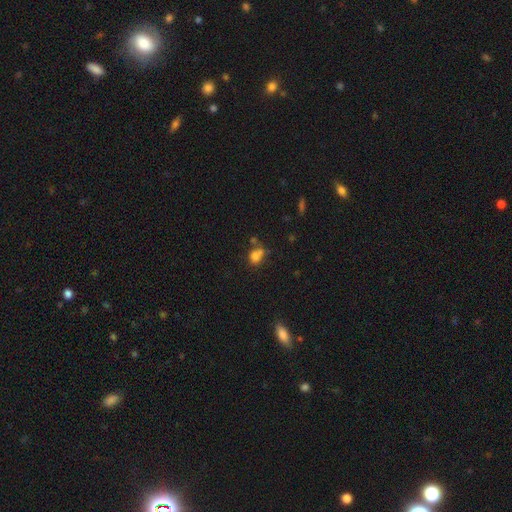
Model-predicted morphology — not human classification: A smooth galaxy with no disk features (76%) that is round (49%, tied with in between).

Vote fractions:
- Smooth or featured? smooth: 76% / star or artifact: 14% / featured or disk: 10%
- How rounded? round: 49% (tied) / in between: 49% (tied) / cigar-shaped: 2%
- Merging? none: 42% / merger: 29% / minor disturbance: 19% / major disturbance: 10%